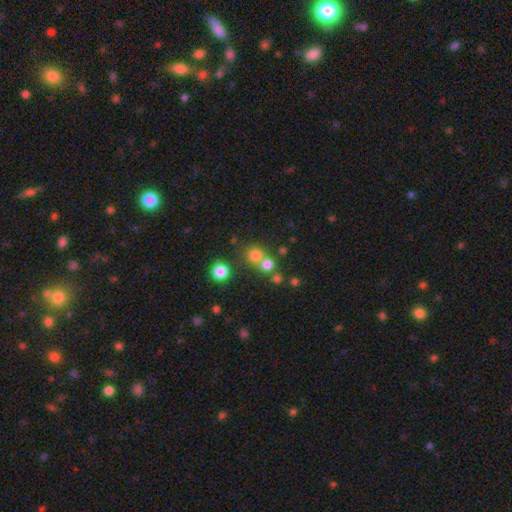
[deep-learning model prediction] Overall: smooth (72%). How rounded: round (88%). Merging: none (59%; merger 32%).